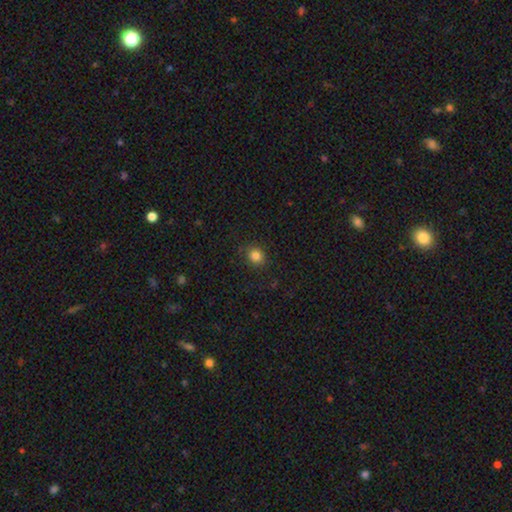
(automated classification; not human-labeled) Smooth or featured? Predicted: smooth (p=0.84). How rounded? Predicted: round (p=0.80). Merging? Predicted: none (p=0.87).